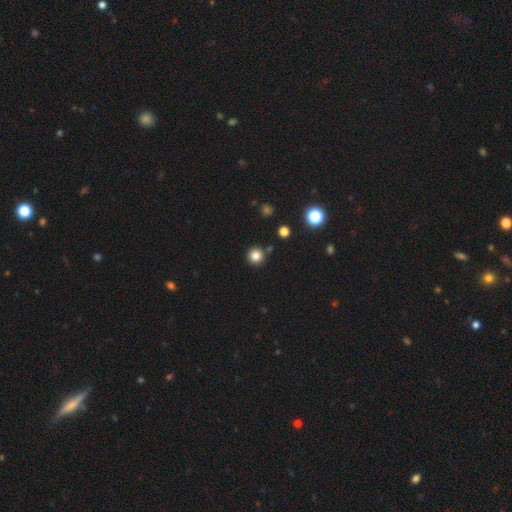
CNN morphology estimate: Overall: smooth (83%). How rounded: round (95%). Merging: none (87%).